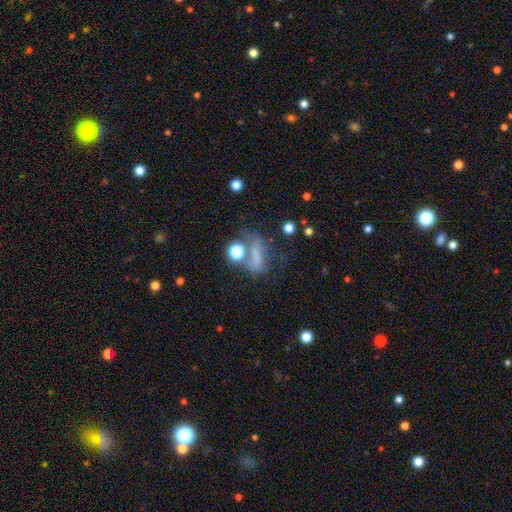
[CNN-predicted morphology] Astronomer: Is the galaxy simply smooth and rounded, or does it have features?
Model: smooth — 55%.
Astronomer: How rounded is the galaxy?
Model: in between — 53%.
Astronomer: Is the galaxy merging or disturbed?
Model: none — 39% (runner-up: major disturbance, 23%).